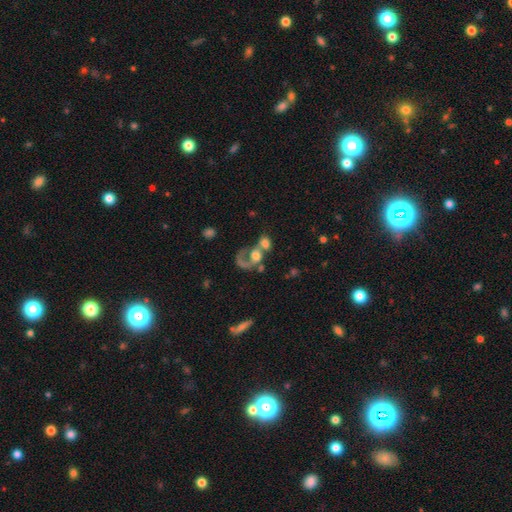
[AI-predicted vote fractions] The model was most divided on "bulge size": moderate: 39%, large: 29%, small: 14%, none: 13%, dominant: 6%. More confident: edge-on disk — no (97%); bar — no (77%); merging — merger (62%); spiral arms — yes (60%); smooth or featured — featured or disk (53%).